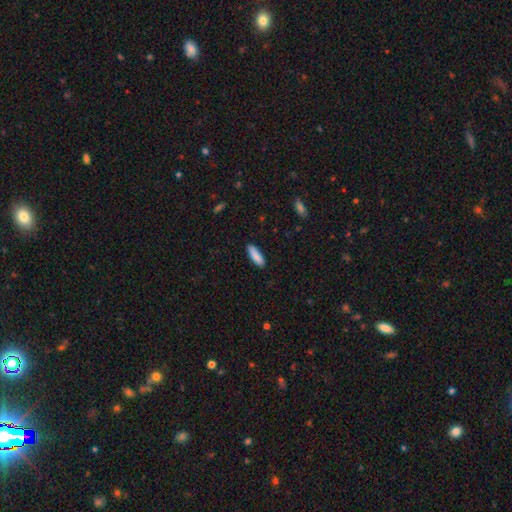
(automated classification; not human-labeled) The model was most divided on "how rounded": cigar-shaped: 58%, in between: 41%, round: 1%. More confident: merging — none (89%); smooth or featured — smooth (88%).